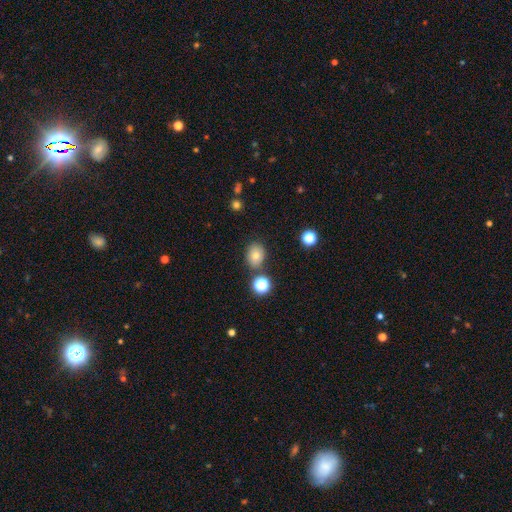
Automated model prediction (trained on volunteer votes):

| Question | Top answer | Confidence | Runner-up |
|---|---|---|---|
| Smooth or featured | smooth | 75% | star or artifact (14%) |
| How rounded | in between | 55% | round (44%) |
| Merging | none | 79% | minor disturbance (11%) |